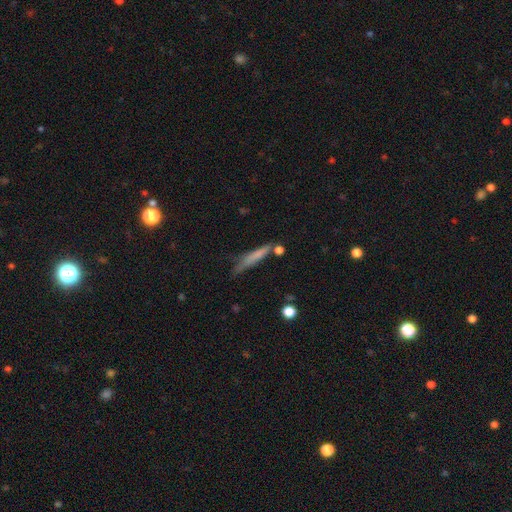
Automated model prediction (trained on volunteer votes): A smooth galaxy with no disk features (62%) that is cigar-shaped (91%).

Vote fractions:
- Smooth or featured? smooth: 62% / featured or disk: 29% / star or artifact: 9%
- How rounded? cigar-shaped: 91% / in between: 7% / round: 2%
- Merging? none: 60% / minor disturbance: 24% / major disturbance: 8% / merger: 7%